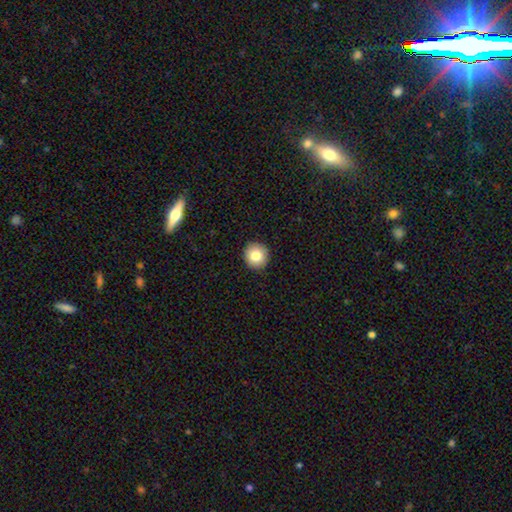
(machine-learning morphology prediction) A smooth galaxy with no disk features (81%) that is round (94%).

Vote fractions:
- Smooth or featured? smooth: 81% / star or artifact: 10% / featured or disk: 9%
- How rounded? round: 94% / in between: 5% / cigar-shaped: 1%
- Merging? none: 93% / minor disturbance: 5% / major disturbance: 1% / merger: 1%